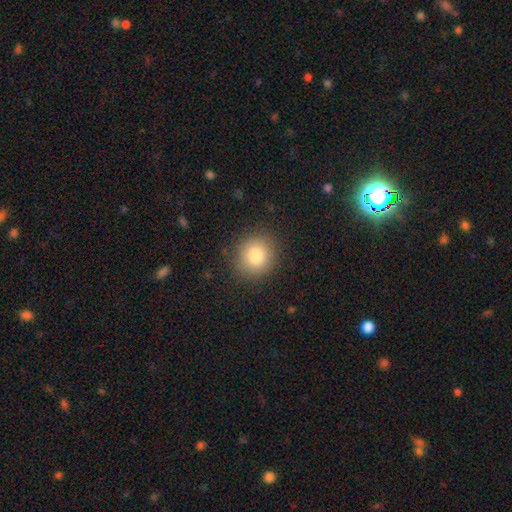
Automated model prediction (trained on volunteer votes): Smooth or featured?
  - smooth: 81% *
  - star or artifact: 11%
  - featured or disk: 8%
How rounded?
  - round: 86% *
  - in between: 13%
  - cigar-shaped: 1%
Merging?
  - none: 89% *
  - minor disturbance: 8%
  - major disturbance: 3%
  - merger: 1%